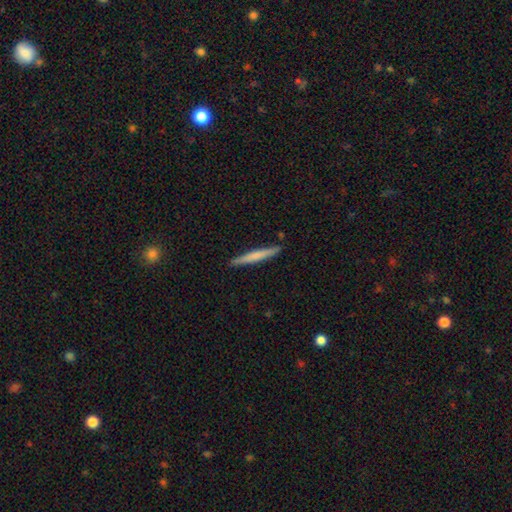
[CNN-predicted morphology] Smooth or featured? Predicted: smooth (p=0.61). How rounded? Predicted: cigar-shaped (p=0.96). Merging? Predicted: none (p=0.91).